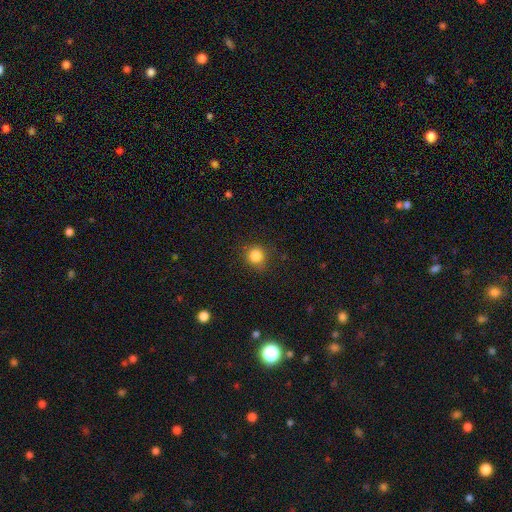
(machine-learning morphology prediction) type=smooth (84%); roundness=round (88%); merging=none (83%).